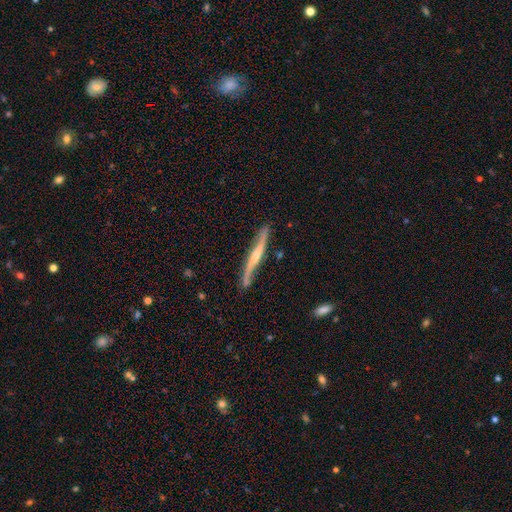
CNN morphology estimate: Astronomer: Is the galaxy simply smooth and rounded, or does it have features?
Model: featured or disk — 77%.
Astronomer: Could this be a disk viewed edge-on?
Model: yes — 79%.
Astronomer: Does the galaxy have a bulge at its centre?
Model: rounded — 67%.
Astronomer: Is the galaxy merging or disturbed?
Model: none — 77%.